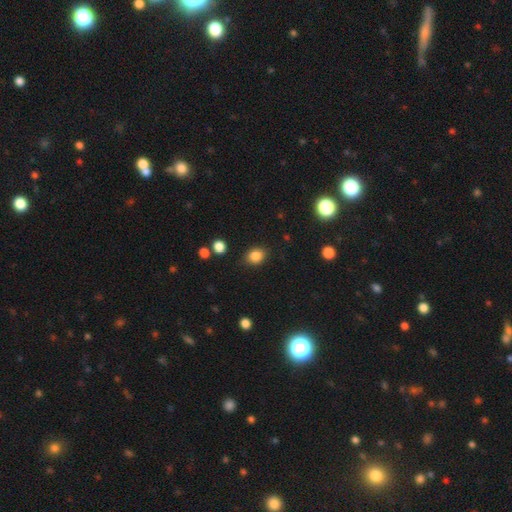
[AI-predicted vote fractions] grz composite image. It shows a smooth galaxy with no disk features (84%) that is round (51%). Merging: none (83%).